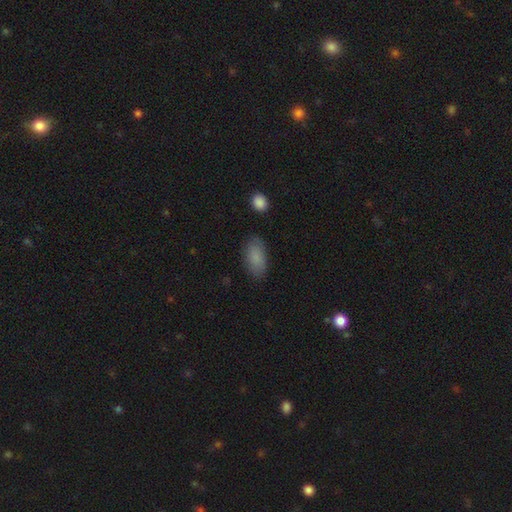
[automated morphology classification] Smooth or featured: smooth — 81% (star or artifact — 10%)
How rounded: in between — 91% (cigar-shaped — 5%)
Merging: none — 82% (minor disturbance — 13%)